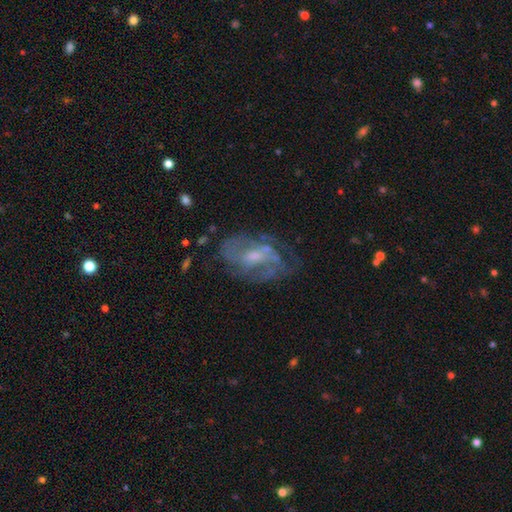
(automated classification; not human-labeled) A featured or disk galaxy (74%) with no bar (49%), spiral arms (70%) and a moderate central bulge (45%).

Vote fractions:
- Smooth or featured? featured or disk: 74% / smooth: 18% / star or artifact: 8%
- Edge-on disk? no: 96% / yes: 4%
- Bar? no: 49% / weak: 42% / strong: 9%
- Spiral arms? yes: 70% / no: 30%
- Bulge size? moderate: 45% / small: 39% / none: 11% / large: 5% / dominant: 1%
- Merging? none: 57% / minor disturbance: 22% / major disturbance: 18% / merger: 3%